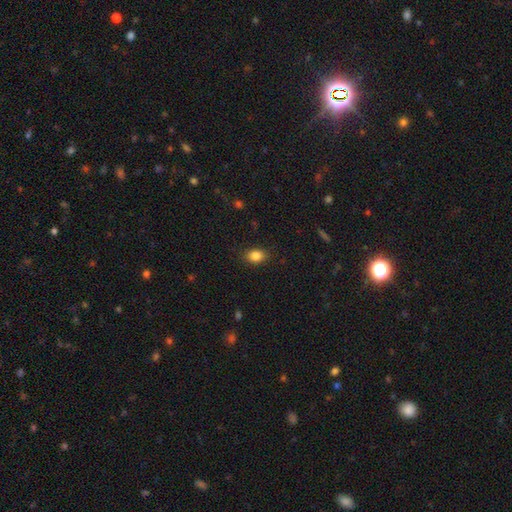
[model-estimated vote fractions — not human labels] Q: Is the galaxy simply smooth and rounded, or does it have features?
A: smooth — 85%.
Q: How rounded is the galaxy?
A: in between — 66%.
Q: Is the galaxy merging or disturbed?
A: none — 86%.